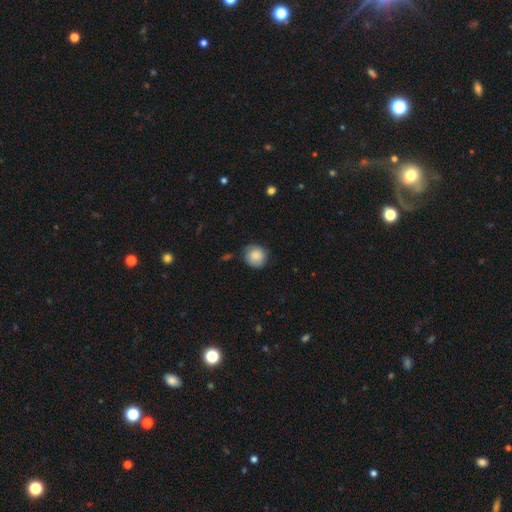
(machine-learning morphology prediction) Smooth or featured? Predicted: smooth (p=0.82). How rounded? Predicted: round (p=0.88). Merging? Predicted: none (p=0.76).